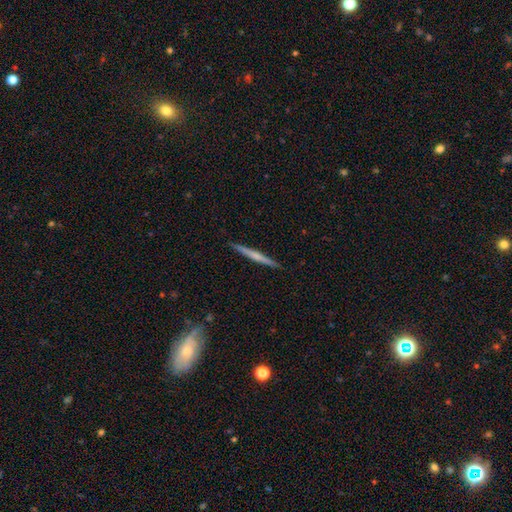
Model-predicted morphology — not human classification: Smooth or featured? featured or disk (56%)
Edge-on disk? yes (98%)
Edge-on bulge? none (51%)
Merging? none (92%)